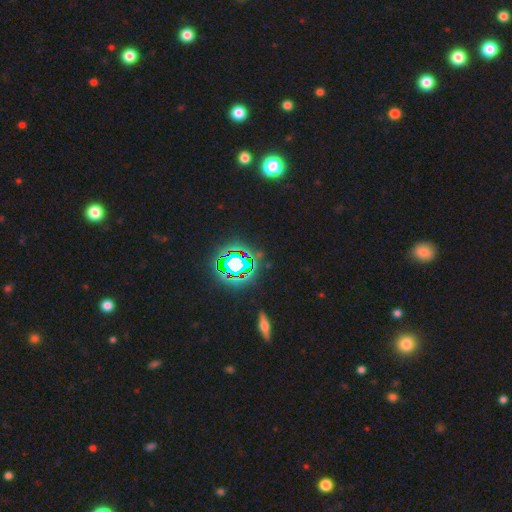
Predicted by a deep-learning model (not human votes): star or artifact 71%, smooth 16%, featured or disk 13%.